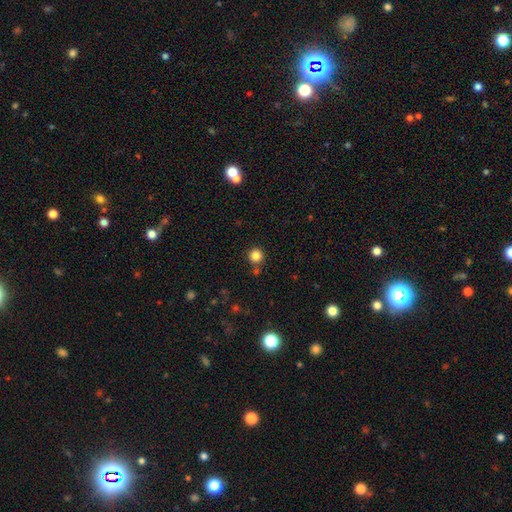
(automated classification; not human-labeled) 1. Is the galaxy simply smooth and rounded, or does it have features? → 84% smooth, 12% star or artifact, 4% featured or disk.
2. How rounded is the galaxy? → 95% round, 4% in between, 1% cigar-shaped.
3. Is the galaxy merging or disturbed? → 81% none, 9% merger, 8% minor disturbance, 3% major disturbance.